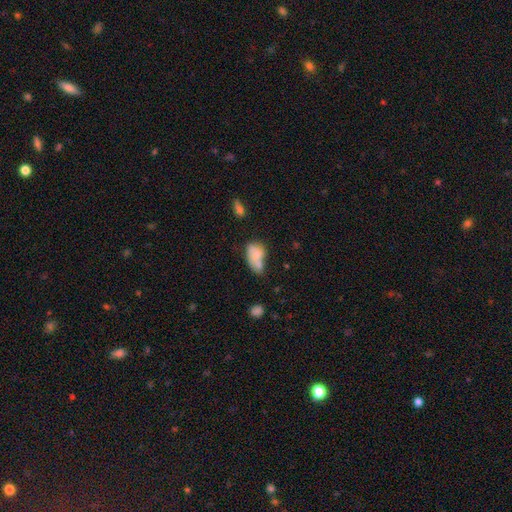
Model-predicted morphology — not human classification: A smooth galaxy with no disk features (69%) that is in between round and cigar-shaped (88%). Merging: merger (31%).